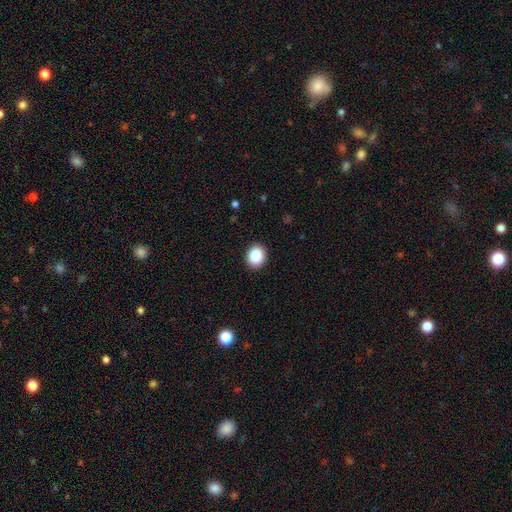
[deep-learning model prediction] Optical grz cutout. It shows a smooth galaxy with no disk features (89%) that is round (67%). Merging: none (90%).